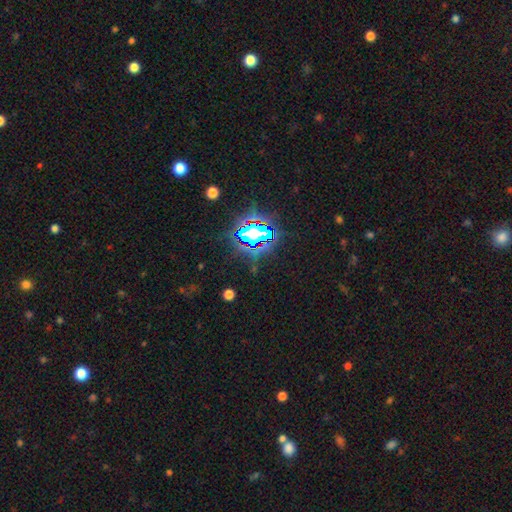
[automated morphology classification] Smooth or featured: star or artifact — 79% (smooth — 13%)